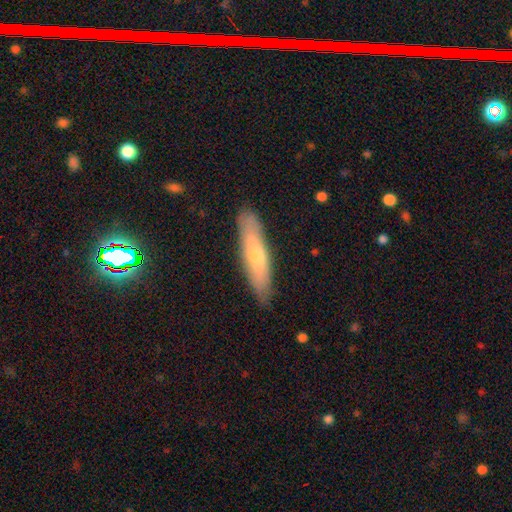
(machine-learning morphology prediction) Smooth or featured? smooth (58%)
How rounded? cigar-shaped (76%)
Merging? none (85%)